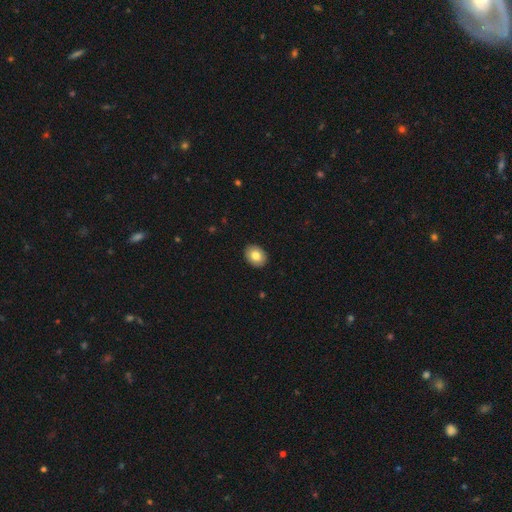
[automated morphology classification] Smooth or featured? smooth (82%)
How rounded? in between (63%)
Merging? none (91%)